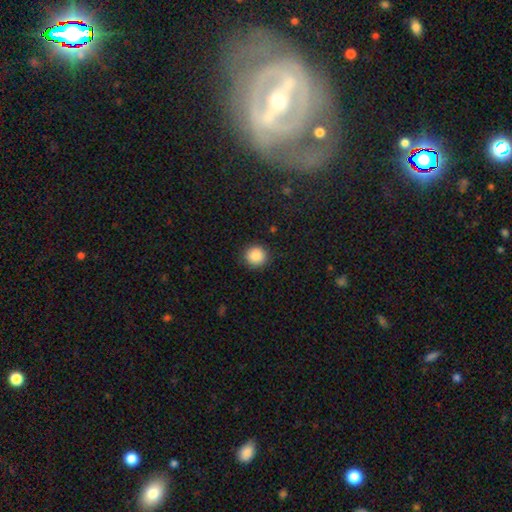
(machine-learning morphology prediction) A smooth galaxy with no disk features (87%) that is round (94%).

Vote fractions:
- Smooth or featured? smooth: 87% / star or artifact: 9% / featured or disk: 4%
- How rounded? round: 94% / in between: 5% / cigar-shaped: 1%
- Merging? none: 90% / minor disturbance: 7% / major disturbance: 2% / merger: 1%